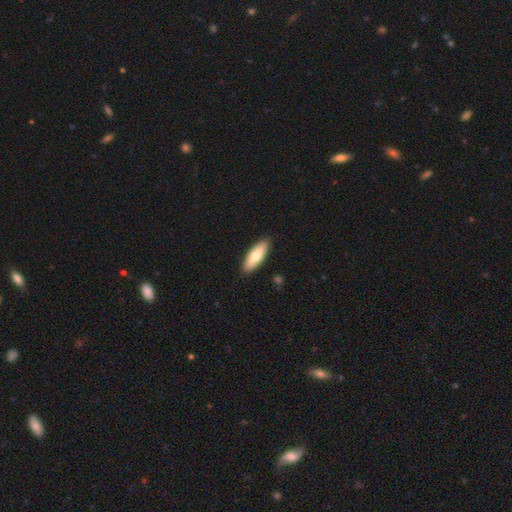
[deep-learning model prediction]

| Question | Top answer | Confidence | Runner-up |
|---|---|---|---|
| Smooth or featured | smooth | 73% | featured or disk (21%) |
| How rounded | in between | 66% | cigar-shaped (32%) |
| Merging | none | 89% | minor disturbance (8%) |